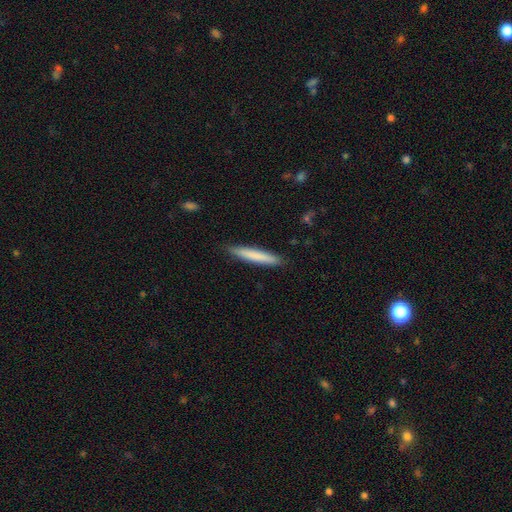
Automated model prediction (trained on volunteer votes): Overall: smooth (78%). How rounded: cigar-shaped (95%). Merging: none (90%).